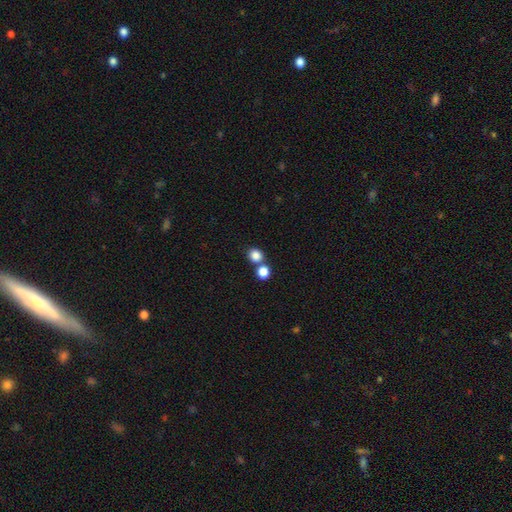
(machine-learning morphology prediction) Smooth or featured? smooth (83%)
How rounded? round (78%)
Merging? none (58%)